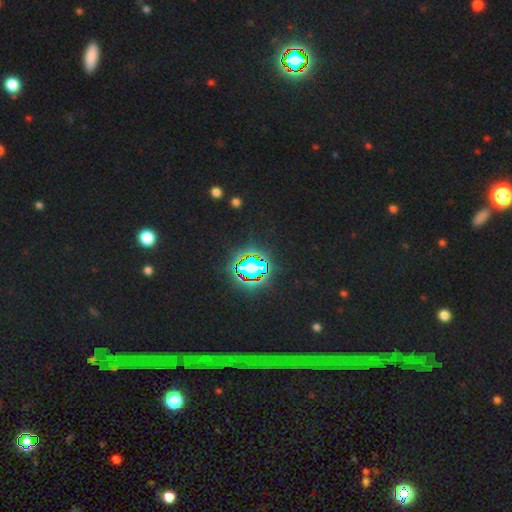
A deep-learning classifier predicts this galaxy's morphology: Smooth or featured? Predicted: star or artifact (p=0.79).